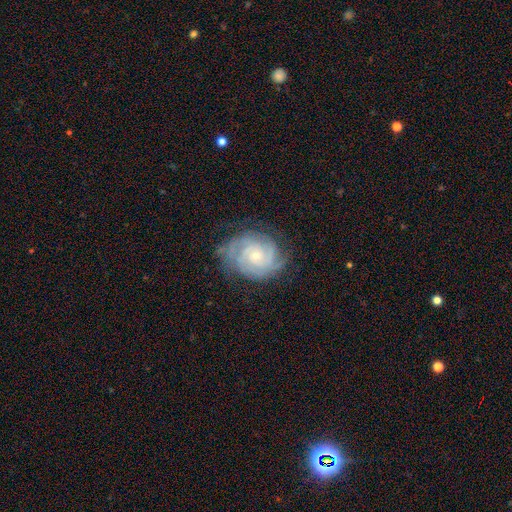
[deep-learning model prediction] featured or disk 82%, smooth 12%, star or artifact 7%. Down the decision tree: edge-on disk — no (97%); bar — no (75%); spiral arms — yes (96%); spiral arm count — can't tell (32%); spiral winding — tight (73%); bulge size — small (68%); merging — none (74%).